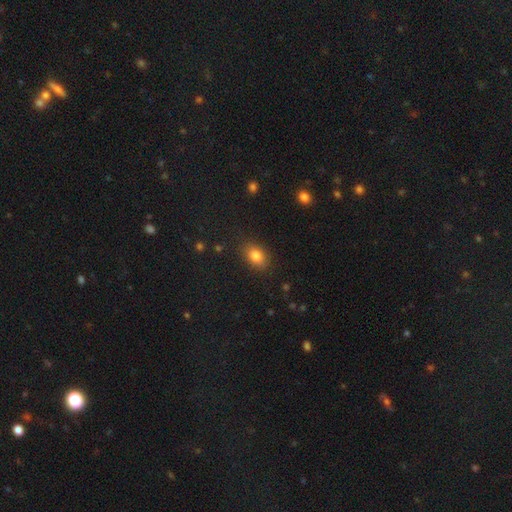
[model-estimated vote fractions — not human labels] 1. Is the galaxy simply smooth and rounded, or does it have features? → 83% smooth, 10% star or artifact, 7% featured or disk.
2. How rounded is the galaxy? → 78% in between, 20% round, 2% cigar-shaped.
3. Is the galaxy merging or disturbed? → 84% none, 12% minor disturbance, 3% major disturbance, 1% merger.